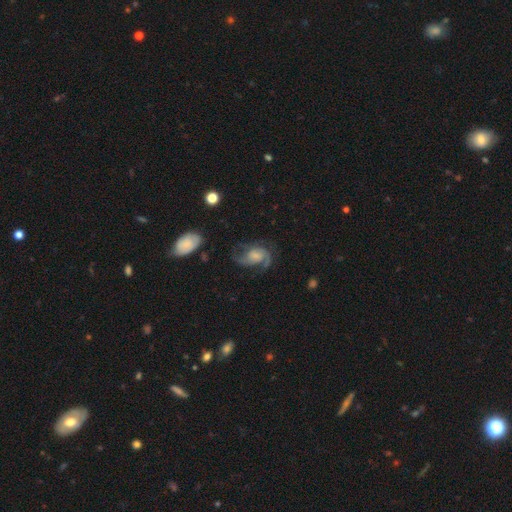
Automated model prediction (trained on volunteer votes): A featured or disk galaxy (75%) with no bar (59%), 2 (67%) medium (48%) spiral arms (93%) and no central bulge (29%). Merging: none (50%).